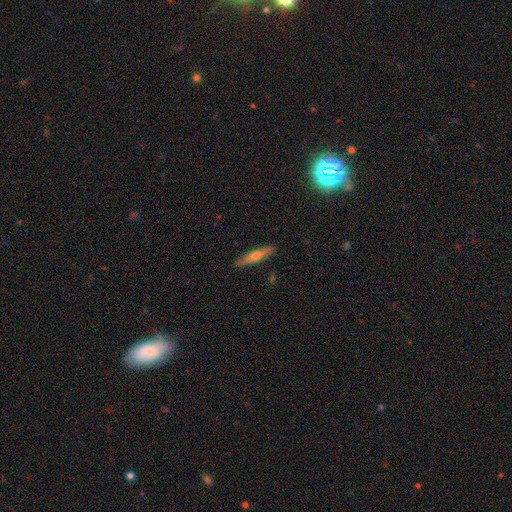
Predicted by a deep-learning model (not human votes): smooth-or-featured: smooth: 49% | featured or disk: 45% | star or artifact: 6%
  merging: none: 89% | minor disturbance: 8% | major disturbance: 2% | merger: 1%